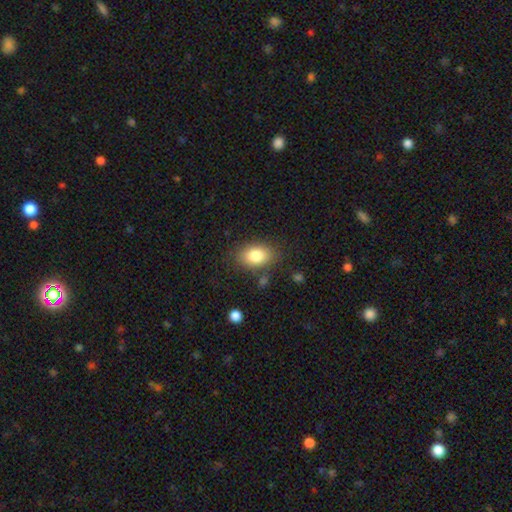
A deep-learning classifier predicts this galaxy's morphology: Overall: smooth (82%). How rounded: in between (86%). Merging: none (79%).